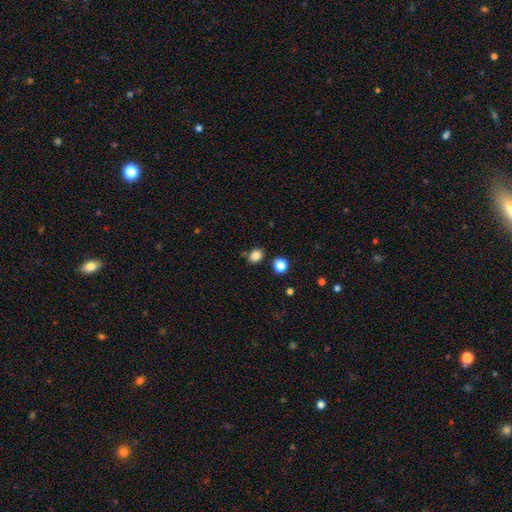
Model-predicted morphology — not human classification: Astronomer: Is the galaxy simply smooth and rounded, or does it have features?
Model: smooth — 84%.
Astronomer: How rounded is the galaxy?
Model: in between — 53% (runner-up: round, 46%).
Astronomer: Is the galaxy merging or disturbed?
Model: none — 79%.